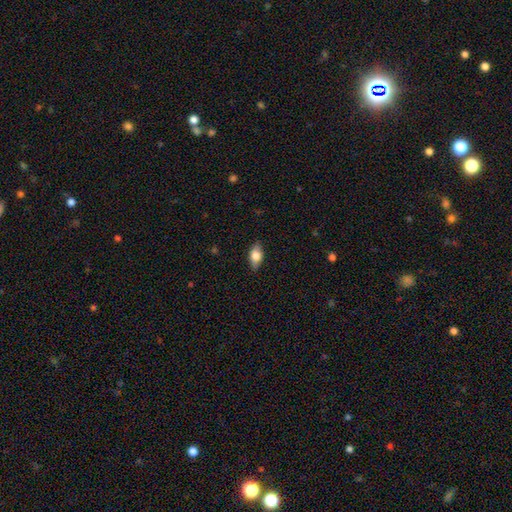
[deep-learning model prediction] Morphology: type=smooth (69%); roundness=in between (85%); merging=none (85%).